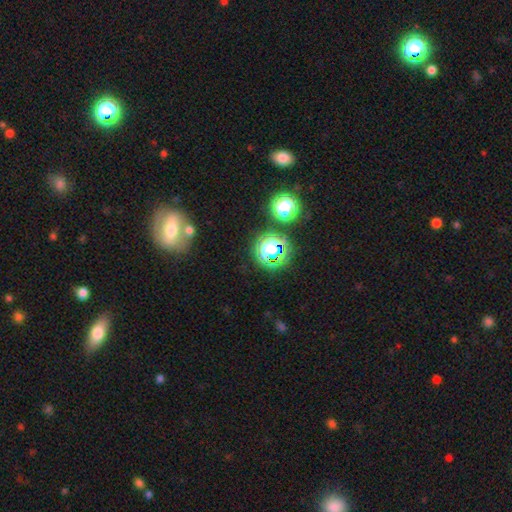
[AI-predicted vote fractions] smooth_or_featured: star or artifact (p=0.59) [alt: smooth p=0.27]